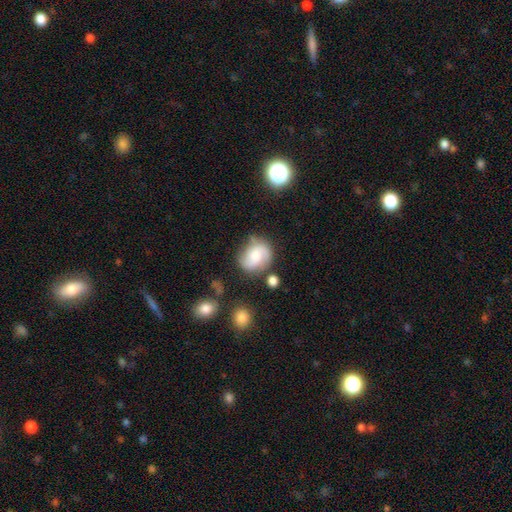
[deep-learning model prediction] featured or disk 52%, smooth 39%, star or artifact 9%. Down the decision tree: edge-on disk — no (97%); bar — no (60%); spiral arms — yes (89%); bulge size — moderate (50%); merging — none (65%).